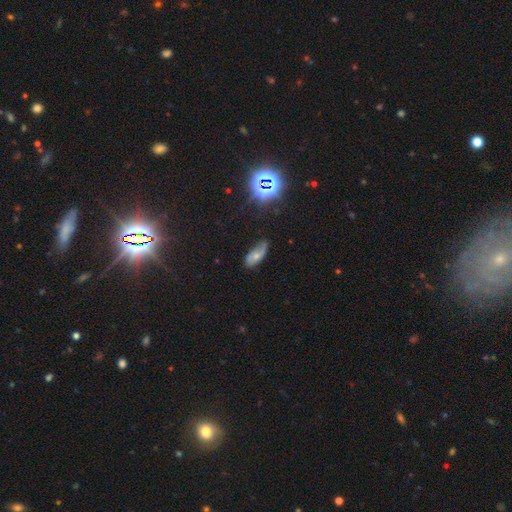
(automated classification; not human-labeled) A smooth galaxy with no disk features (51%) that is in between round and cigar-shaped (84%). Merging: none (56%).